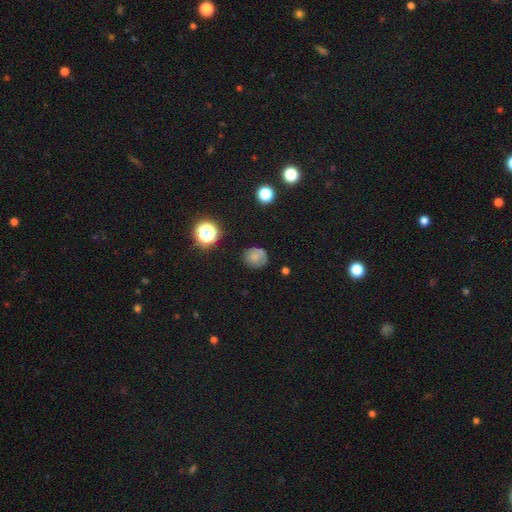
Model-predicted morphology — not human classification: This appears to be a smooth galaxy with no disk features (71%) that is round (80%). Merging: none (71%).